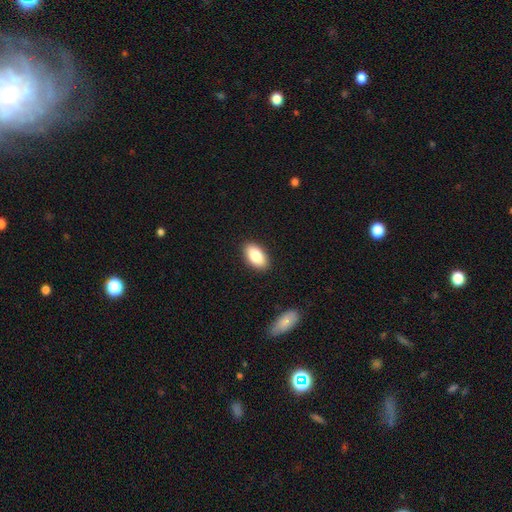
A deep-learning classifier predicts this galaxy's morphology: Q: Smooth or featured?
A: smooth (84%); runner-up: featured or disk (9%)
Q: How rounded?
A: in between (93%); runner-up: round (4%)
Q: Merging?
A: none (89%); runner-up: minor disturbance (8%)